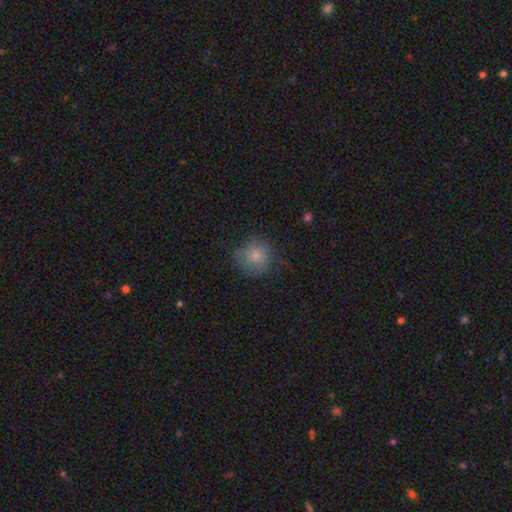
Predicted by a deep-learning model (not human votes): smooth 77%, featured or disk 13%, star or artifact 10%. Down the decision tree: how rounded — round (88%); merging — none (63%).